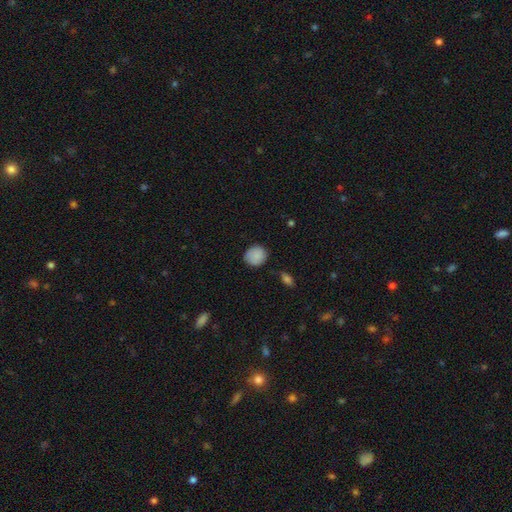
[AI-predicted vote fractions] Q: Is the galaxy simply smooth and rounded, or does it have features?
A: smooth — 87%.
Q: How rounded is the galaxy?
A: round — 80%.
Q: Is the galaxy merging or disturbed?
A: none — 80%.